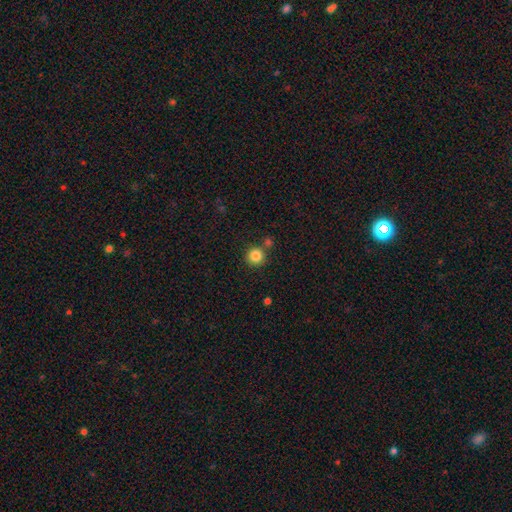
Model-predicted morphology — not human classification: The model was most divided on "merging": none: 79%, merger: 11%, minor disturbance: 8%, major disturbance: 3%. More confident: how rounded — round (94%); smooth or featured — smooth (85%).